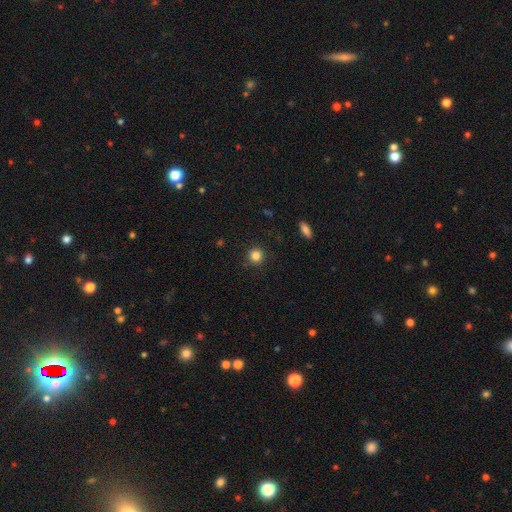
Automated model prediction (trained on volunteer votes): smooth-or-featured: smooth: 83% | star or artifact: 12% | featured or disk: 5%
  how-rounded: round: 93% | in between: 6% | cigar-shaped: 1%
  merging: none: 91% | minor disturbance: 6% | major disturbance: 2% | merger: 1%